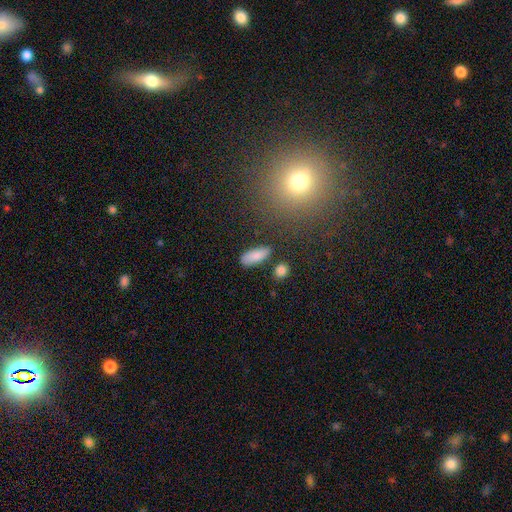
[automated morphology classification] Smooth or featured? smooth (83%)
How rounded? in between (73%)
Merging? none (78%)